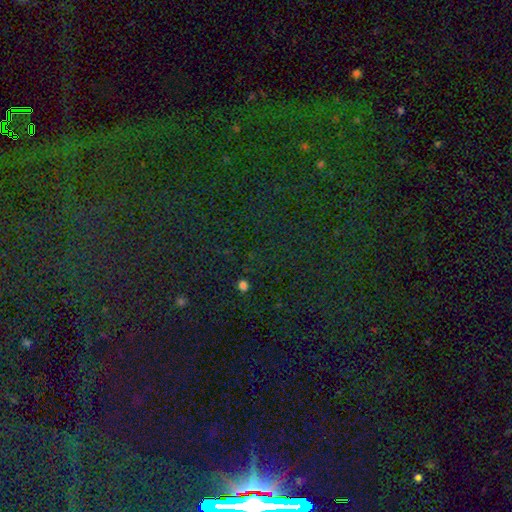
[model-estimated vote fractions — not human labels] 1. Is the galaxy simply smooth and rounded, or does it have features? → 82% star or artifact, 10% smooth, 8% featured or disk.